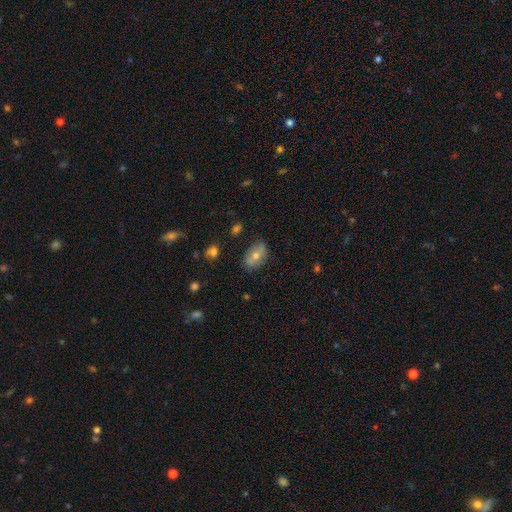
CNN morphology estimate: Smooth or featured? Predicted: smooth (p=0.59). How rounded? Predicted: in between (p=0.86). Merging? Predicted: none (p=0.81).